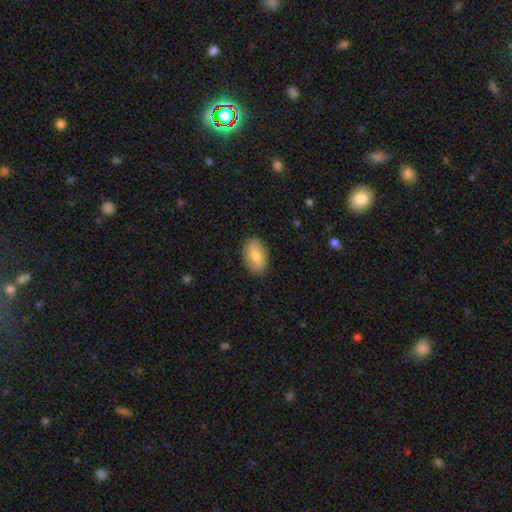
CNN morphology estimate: smooth_or_featured: smooth (p=0.70) [alt: featured or disk p=0.24]
how_rounded: in between (p=0.91) [alt: round p=0.07]
merging: none (p=0.87) [alt: minor disturbance p=0.10]